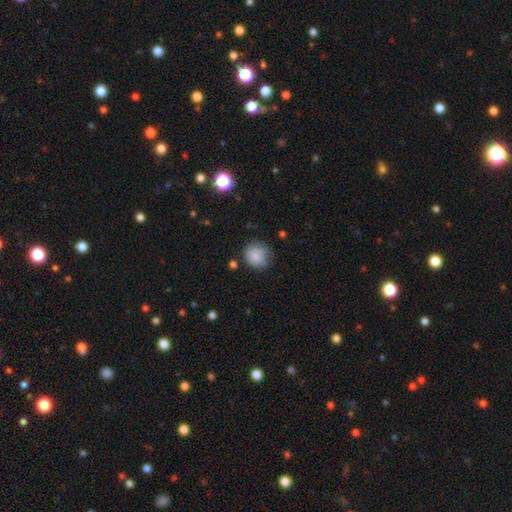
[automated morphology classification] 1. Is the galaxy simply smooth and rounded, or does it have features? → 84% smooth, 9% star or artifact, 7% featured or disk.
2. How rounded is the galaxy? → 85% round, 14% in between, 1% cigar-shaped.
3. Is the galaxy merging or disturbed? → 72% none, 20% minor disturbance, 5% major disturbance, 3% merger.